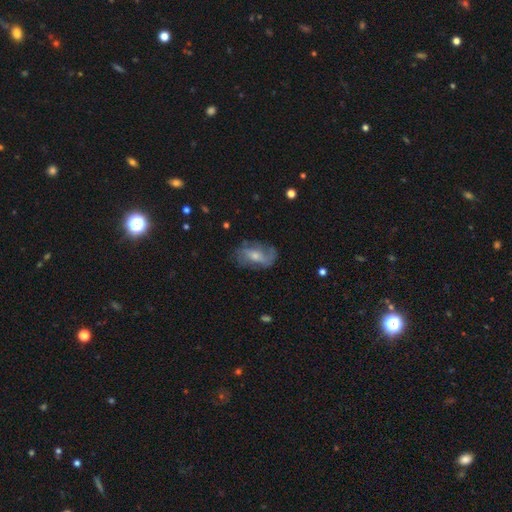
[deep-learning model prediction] Q: Smooth or featured?
A: featured or disk (56%); runner-up: smooth (36%)
Q: Edge-on disk?
A: no (94%); runner-up: yes (6%)
Q: Bar?
A: no (61%); runner-up: weak (31%)
Q: Spiral arms?
A: yes (67%); runner-up: no (33%)
Q: Bulge size?
A: small (46%); runner-up: moderate (44%)
Q: Merging?
A: none (57%); runner-up: minor disturbance (24%)